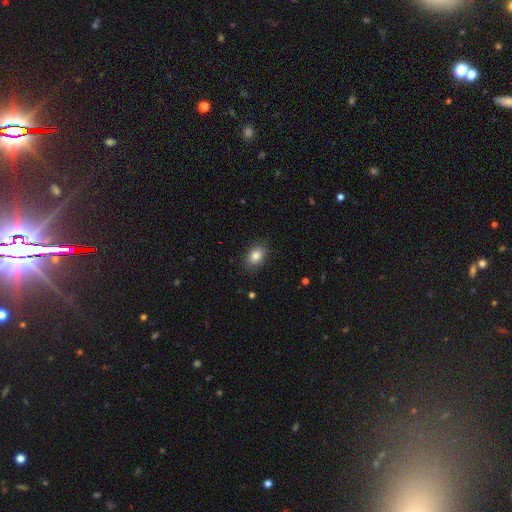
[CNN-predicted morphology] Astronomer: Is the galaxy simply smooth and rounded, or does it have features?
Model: smooth — 84%.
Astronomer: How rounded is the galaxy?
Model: in between — 78%.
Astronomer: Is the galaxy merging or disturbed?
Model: none — 87%.